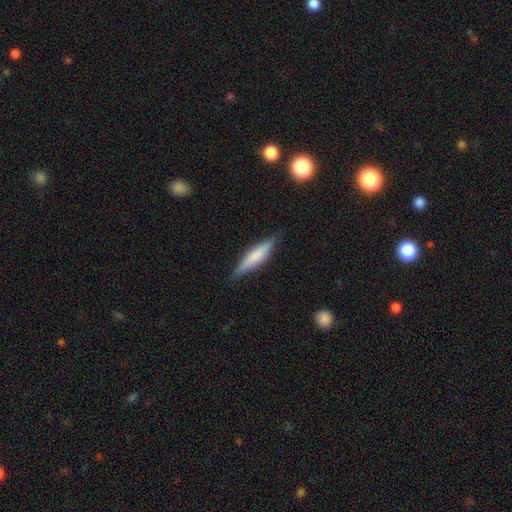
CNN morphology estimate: Smooth or featured? smooth (60%)
How rounded? cigar-shaped (84%)
Merging? none (86%)